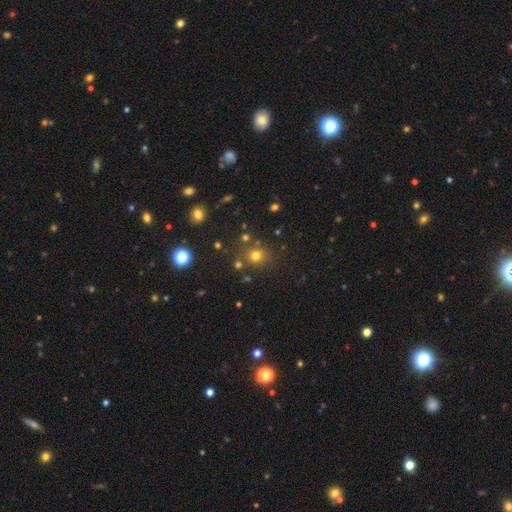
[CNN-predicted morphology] smooth_or_featured: smooth (p=0.71) [alt: star or artifact p=0.21]
how_rounded: round (p=0.82) [alt: in between p=0.17]
merging: none (p=0.78) [alt: minor disturbance p=0.10]